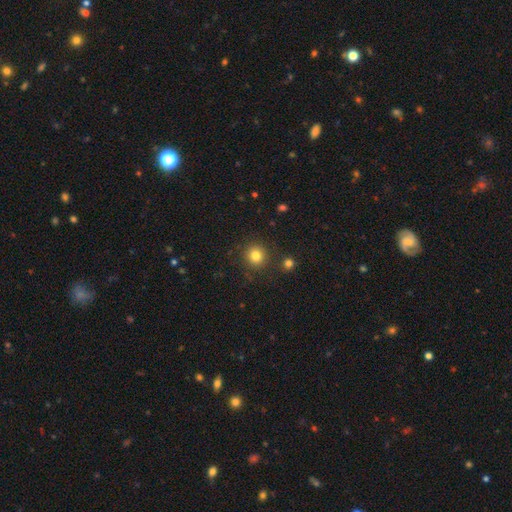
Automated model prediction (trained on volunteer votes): smooth-or-featured: smooth: 81% | star or artifact: 13% | featured or disk: 6%
  how-rounded: round: 91% | in between: 8% | cigar-shaped: 1%
  merging: none: 86% | minor disturbance: 7% | merger: 4% | major disturbance: 3%